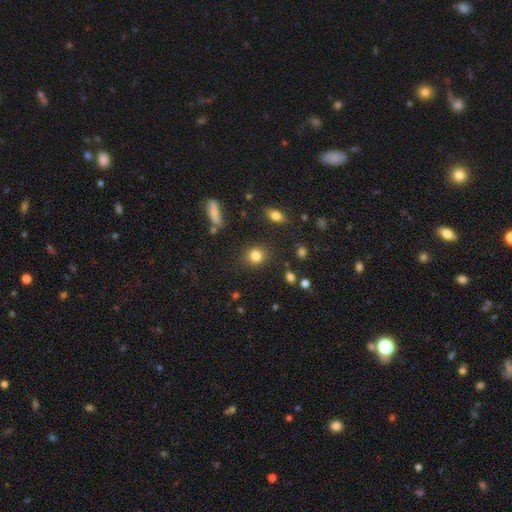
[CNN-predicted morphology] This is clearly a smooth galaxy (82%). How rounded: clearly round (84%). Merging: clearly none (86%).